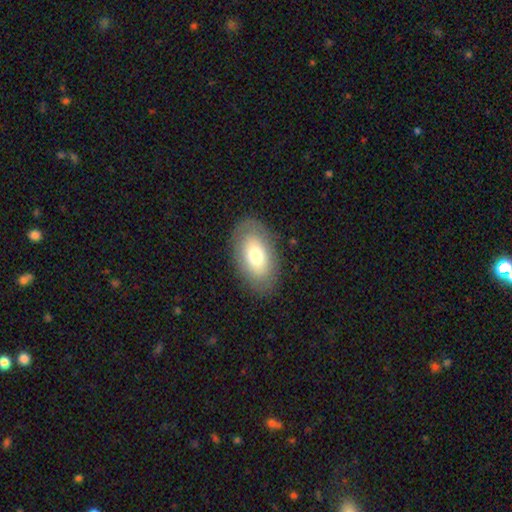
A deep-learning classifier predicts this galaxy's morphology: A smooth galaxy with no disk features (67%) that is in between round and cigar-shaped (90%).

Vote fractions:
- Smooth or featured? smooth: 67% / featured or disk: 25% / star or artifact: 8%
- How rounded? in between: 90% / round: 9% / cigar-shaped: 1%
- Merging? none: 83% / minor disturbance: 11% / major disturbance: 4% / merger: 1%